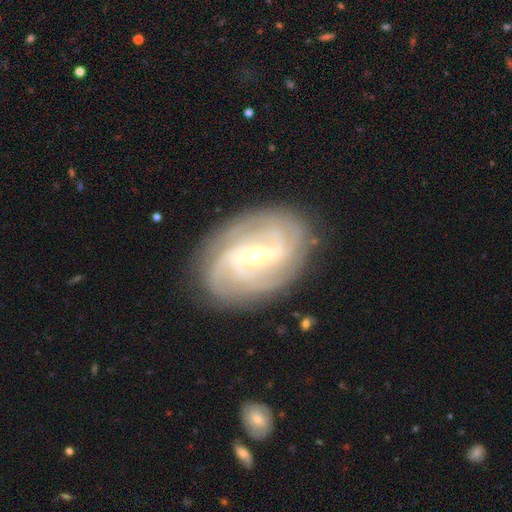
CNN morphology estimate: Smooth or featured? featured or disk (89%)
Edge-on disk? no (96%)
Bar? strong (50%)
Spiral arms? yes (97%)
Spiral winding? tight (58%)
Spiral arm count? 2 (24%, tied with 3)
Bulge size? small (49%)
Merging? none (82%)